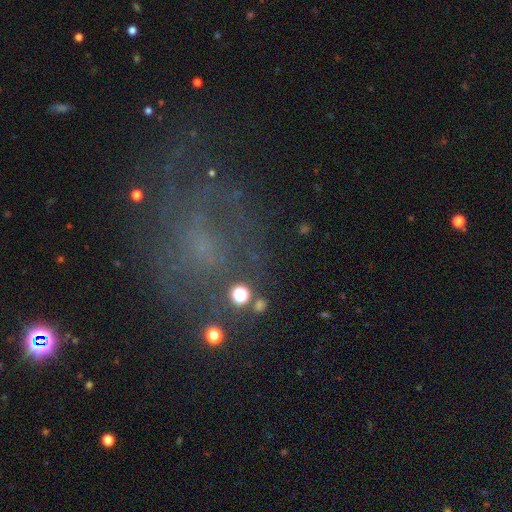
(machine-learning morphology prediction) The model was most divided on "bulge size": small: 45%, none: 36%, moderate: 15%, large: 2%, dominant: 1%. More confident: edge-on disk — no (97%); bar — no (68%); spiral arms — yes (65%); merging — none (60%); smooth or featured — featured or disk (58%).